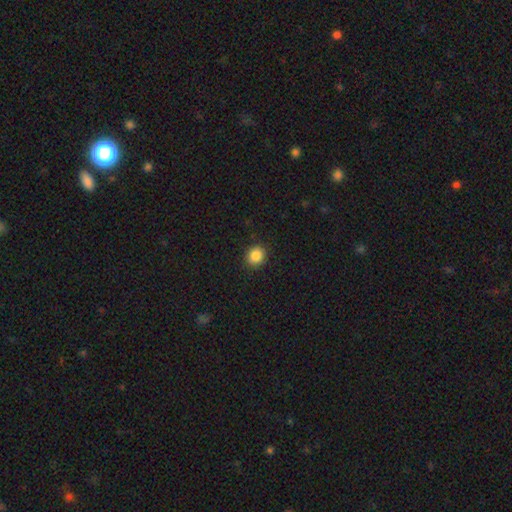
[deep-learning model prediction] Smooth or featured: smooth — 86% (star or artifact — 10%)
How rounded: round — 78% (in between — 21%)
Merging: none — 90% (minor disturbance — 7%)